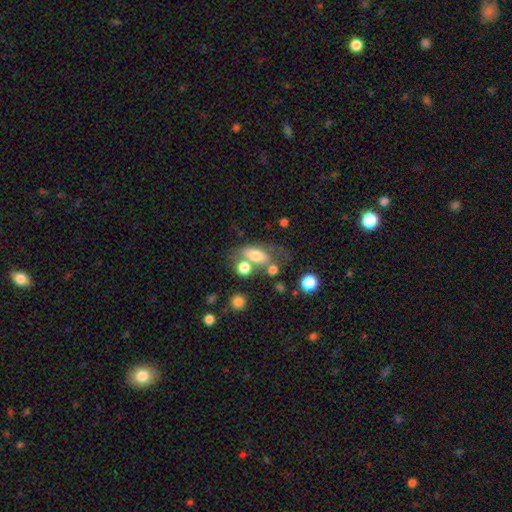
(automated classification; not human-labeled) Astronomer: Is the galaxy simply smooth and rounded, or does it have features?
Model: smooth — 66%.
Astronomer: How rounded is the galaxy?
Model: in between — 75%.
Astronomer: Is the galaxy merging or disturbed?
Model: none — 42% (runner-up: merger, 27%).